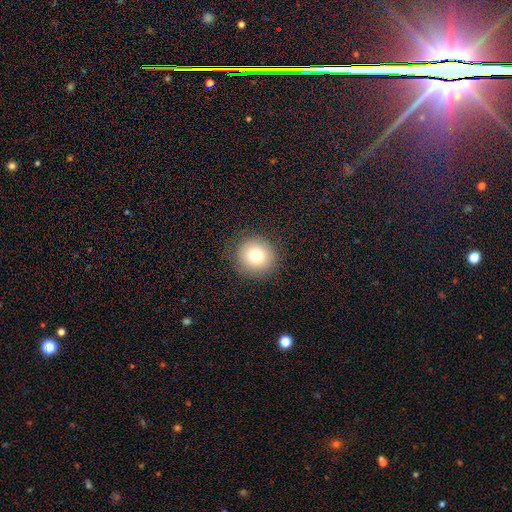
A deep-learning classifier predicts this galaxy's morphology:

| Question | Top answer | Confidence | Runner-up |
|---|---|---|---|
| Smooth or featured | smooth | 78% | featured or disk (11%) |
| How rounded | round | 92% | in between (7%) |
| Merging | none | 86% | minor disturbance (9%) |